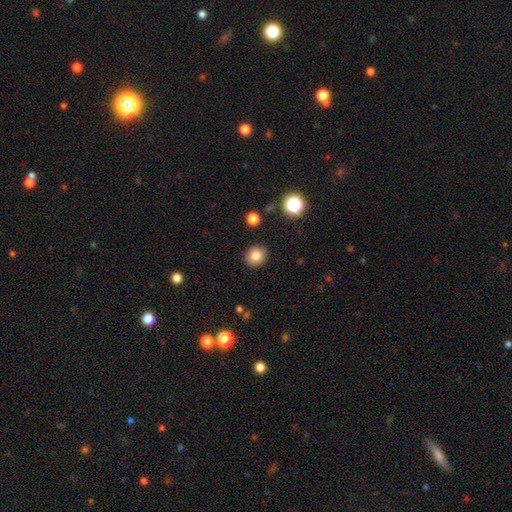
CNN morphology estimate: smooth 84%, star or artifact 11%, featured or disk 5%. Down the decision tree: how rounded — round (79%); merging — none (89%).